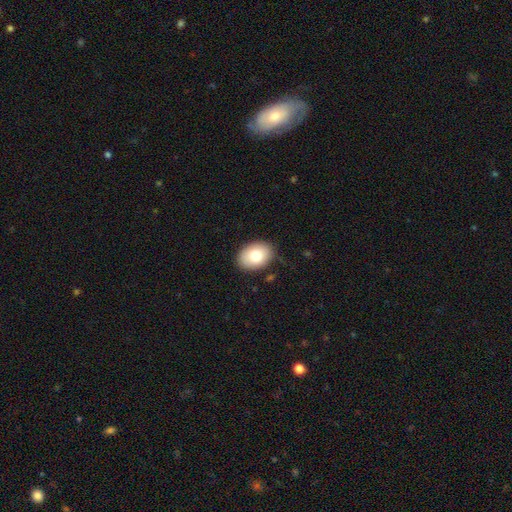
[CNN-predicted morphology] Q: Smooth or featured?
A: smooth (79%); runner-up: featured or disk (13%)
Q: How rounded?
A: in between (79%); runner-up: round (20%)
Q: Merging?
A: none (83%); runner-up: minor disturbance (13%)